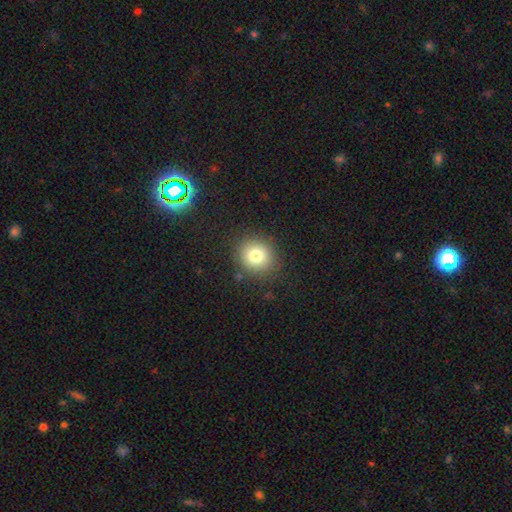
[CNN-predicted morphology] Overall: smooth (80%). How rounded: round (81%). Merging: none (87%).